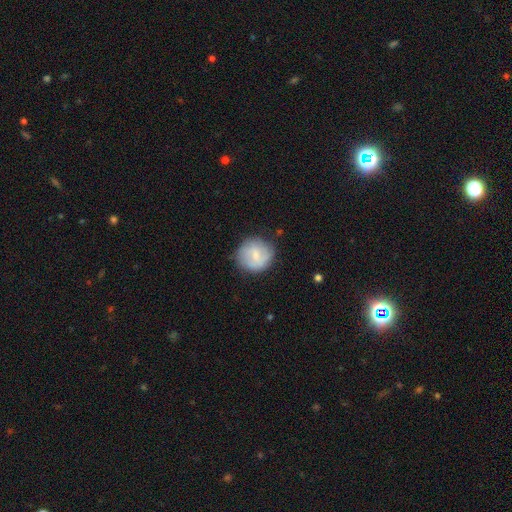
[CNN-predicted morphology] Smooth or featured?
  - smooth: 60% *
  - featured or disk: 34%
  - star or artifact: 7%
How rounded?
  - round: 90% *
  - in between: 9%
  - cigar-shaped: 1%
Merging?
  - none: 76% *
  - minor disturbance: 17%
  - major disturbance: 5%
  - merger: 2%